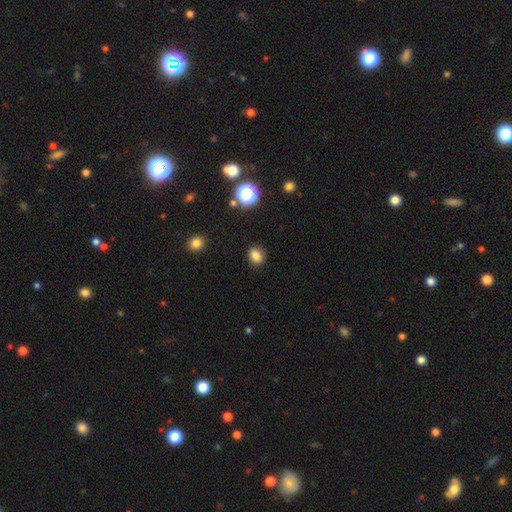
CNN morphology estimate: Smooth or featured? Predicted: smooth (p=0.83). How rounded? Predicted: round (p=0.53). Merging? Predicted: none (p=0.87).